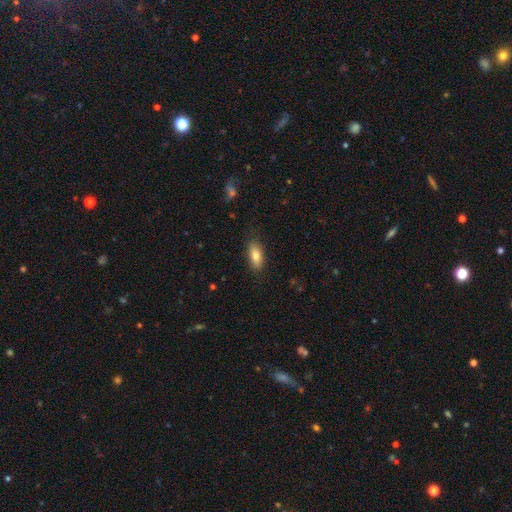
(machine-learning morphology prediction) smooth_or_featured: smooth (p=0.80) [alt: featured or disk p=0.12]
how_rounded: in between (p=0.84) [alt: cigar-shaped p=0.13]
merging: none (p=0.82) [alt: minor disturbance p=0.13]